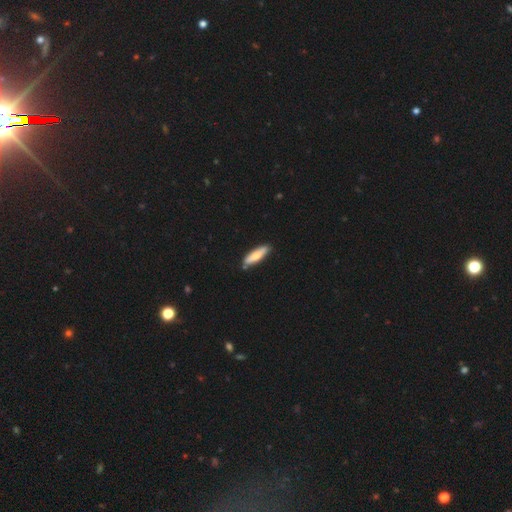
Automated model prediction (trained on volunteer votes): This appears to be a smooth galaxy with no disk features (66%) that is cigar-shaped (64%). Merging: none (83%).